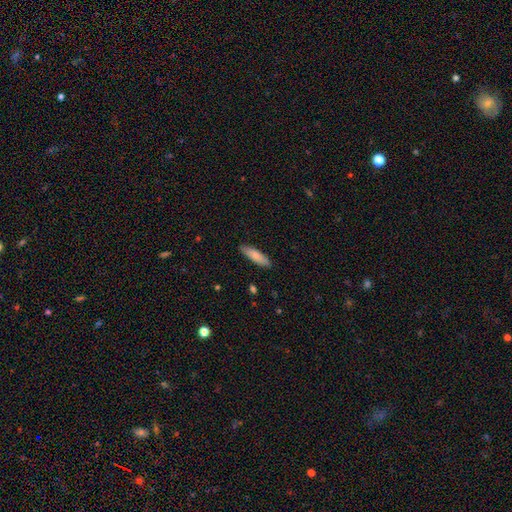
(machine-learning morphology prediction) This appears to be a smooth galaxy with no disk features (79%) that is cigar-shaped (59%). Merging: none (87%).